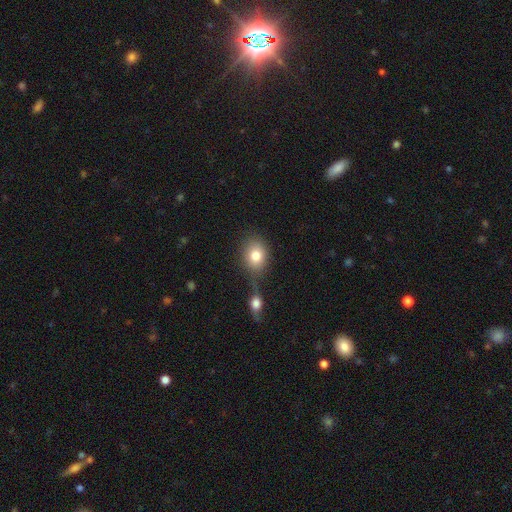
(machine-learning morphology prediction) This is likely a smooth galaxy (79%). How rounded: possibly round (53%). Merging: possibly none (58%).